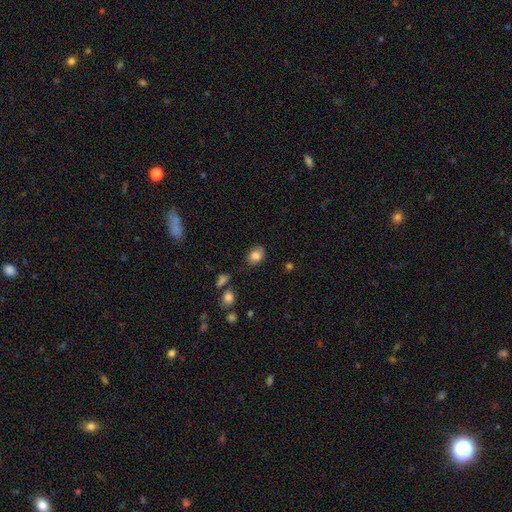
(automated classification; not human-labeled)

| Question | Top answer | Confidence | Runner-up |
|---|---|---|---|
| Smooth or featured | smooth | 82% | star or artifact (9%) |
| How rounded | in between | 70% | round (29%) |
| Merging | none | 76% | minor disturbance (18%) |